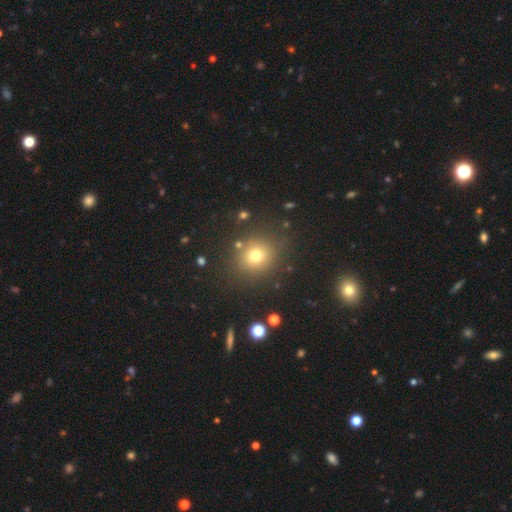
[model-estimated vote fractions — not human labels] Smooth or featured? smooth (74%)
How rounded? round (84%)
Merging? none (83%)